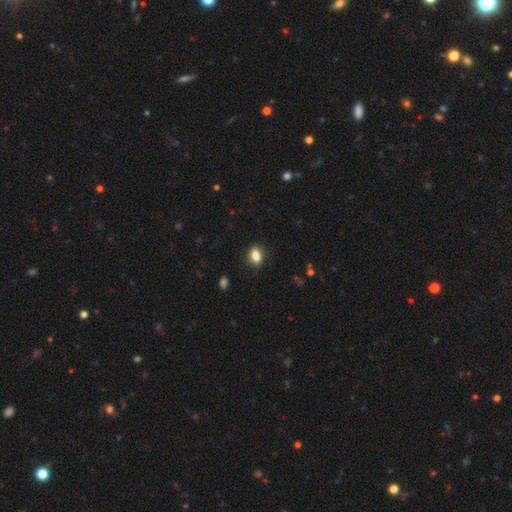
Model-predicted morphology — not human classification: The model was most divided on "how rounded": in between: 82%, round: 15%, cigar-shaped: 3%. More confident: smooth or featured — smooth (86%); merging — none (86%).